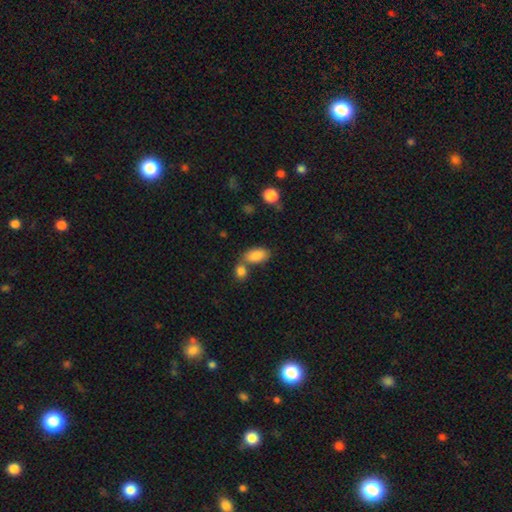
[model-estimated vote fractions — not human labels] Smooth or featured: smooth — 85% (star or artifact — 7%)
How rounded: in between — 92% (round — 5%)
Merging: none — 53% (merger — 31%)